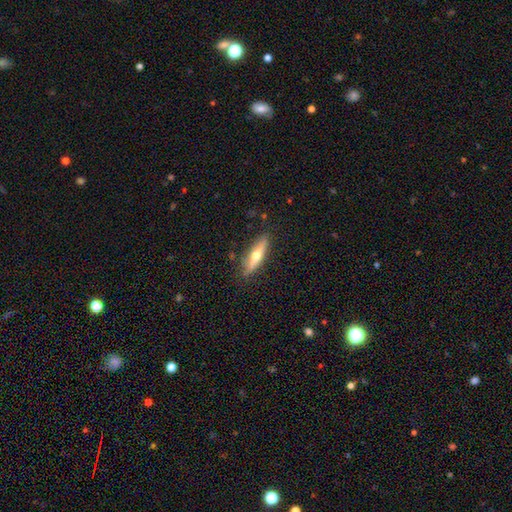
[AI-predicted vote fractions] Smooth or featured?
  - featured or disk: 52% *
  - smooth: 42%
  - star or artifact: 6%
Edge-on disk?
  - yes: 88% *
  - no: 12%
Merging?
  - none: 84% *
  - minor disturbance: 12%
  - major disturbance: 3%
  - merger: 2%